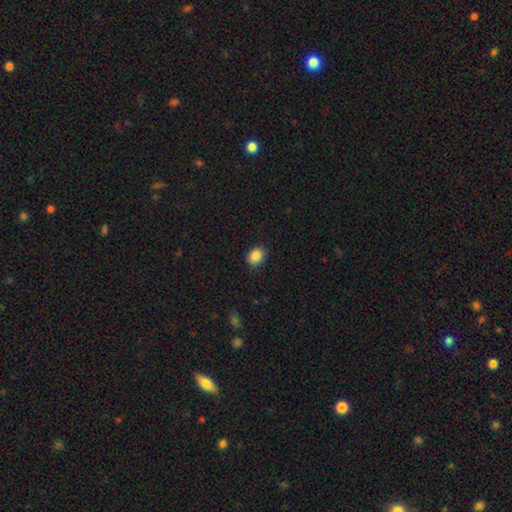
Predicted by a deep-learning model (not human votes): Morphology: type=smooth (88%); roundness=in between (55%); merging=none (88%).